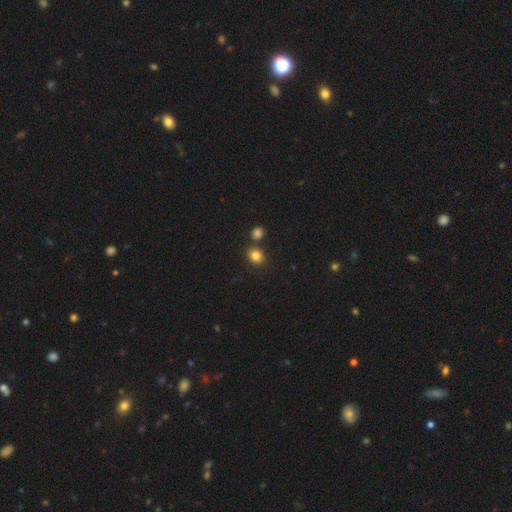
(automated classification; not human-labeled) Morphology: type=smooth (83%); roundness=round (70%); merging=none (73%).